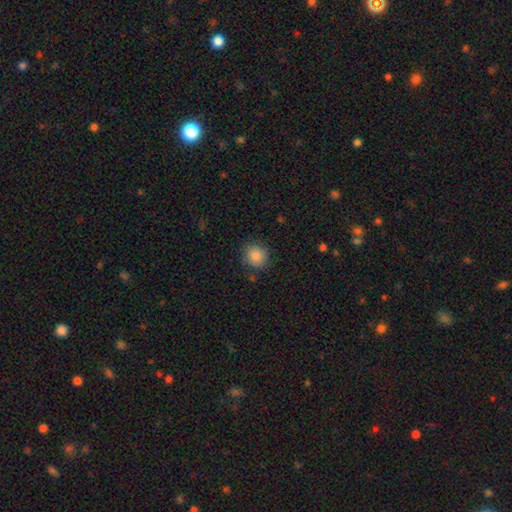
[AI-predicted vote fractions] smooth 87%, star or artifact 9%, featured or disk 4%. Down the decision tree: how rounded — round (88%); merging — none (85%).